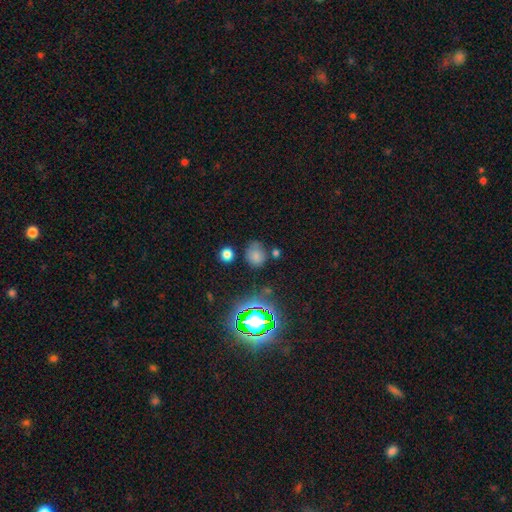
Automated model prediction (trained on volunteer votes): Overall: smooth (67%). How rounded: round (65%; in between 34%). Merging: none (60%; minor disturbance 23%).